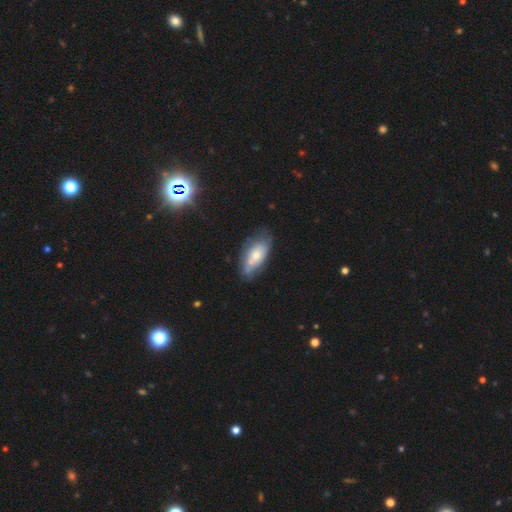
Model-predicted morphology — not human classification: Q: Smooth or featured?
A: smooth (58%); runner-up: featured or disk (36%)
Q: How rounded?
A: in between (89%); runner-up: cigar-shaped (8%)
Q: Merging?
A: none (52%); runner-up: minor disturbance (26%)